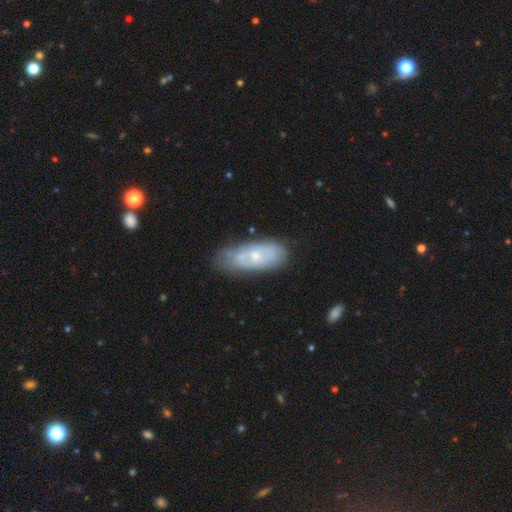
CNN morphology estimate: Smooth or featured: featured or disk — 55% (smooth — 38%)
Edge-on disk: no — 90% (yes — 10%)
Merging: none — 59% (minor disturbance — 26%)